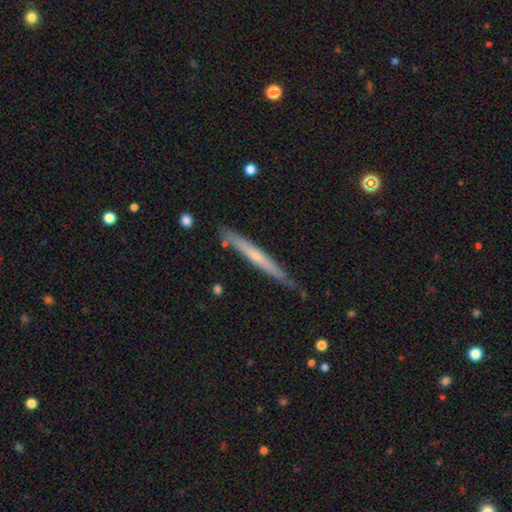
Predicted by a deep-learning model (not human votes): Smooth or featured? Predicted: featured or disk (p=0.50). Edge-on disk? Predicted: yes (p=0.94). Merging? Predicted: none (p=0.79).